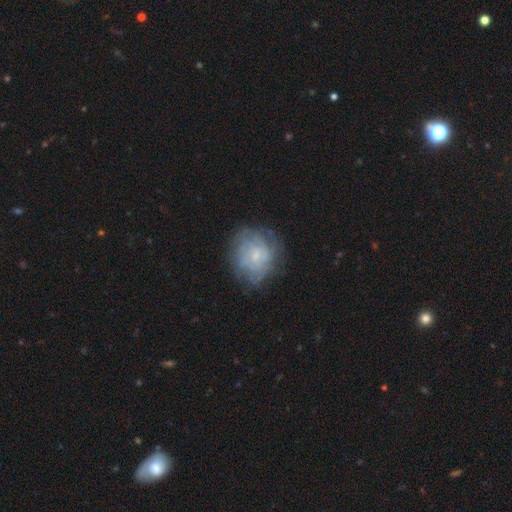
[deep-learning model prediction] Q: Smooth or featured?
A: featured or disk (54%); runner-up: smooth (37%)
Q: Edge-on disk?
A: no (98%); runner-up: yes (2%)
Q: Bar?
A: no (74%); runner-up: weak (23%)
Q: Spiral arms?
A: yes (66%); runner-up: no (34%)
Q: Bulge size?
A: small (65%); runner-up: moderate (20%)
Q: Merging?
A: none (70%); runner-up: minor disturbance (19%)